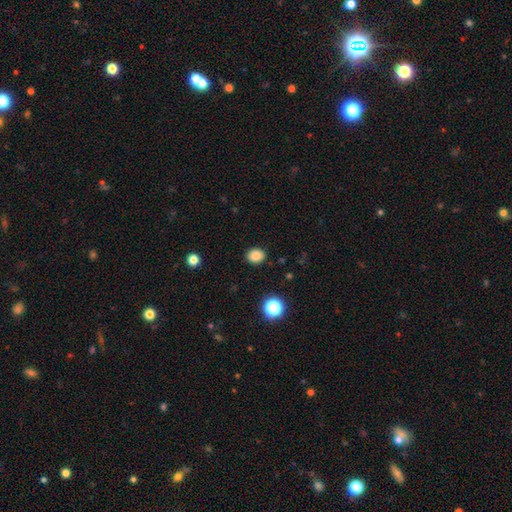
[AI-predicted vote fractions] Smooth or featured: smooth — 85% (star or artifact — 11%)
How rounded: round — 61% (in between — 38%)
Merging: none — 89% (minor disturbance — 8%)